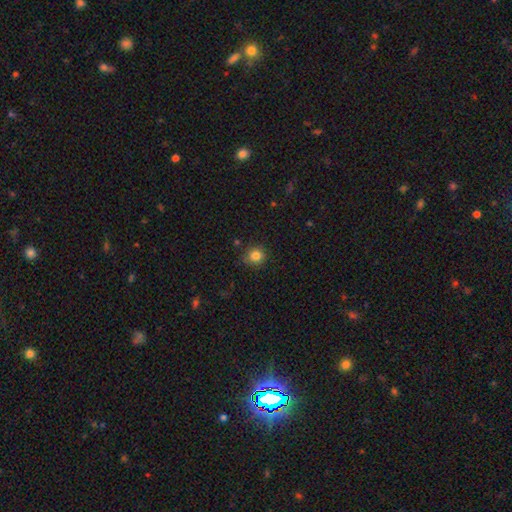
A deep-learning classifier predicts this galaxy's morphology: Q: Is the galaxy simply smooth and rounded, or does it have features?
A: smooth — 84%.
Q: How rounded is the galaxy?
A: round — 89%.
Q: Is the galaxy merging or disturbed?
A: none — 84%.